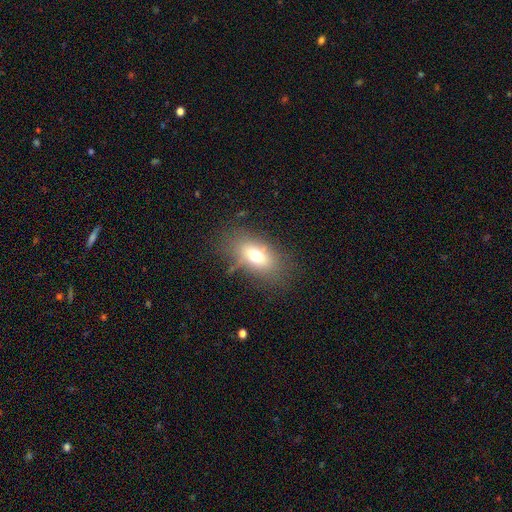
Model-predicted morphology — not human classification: type=smooth (70%); roundness=in between (85%); merging=none (75%).